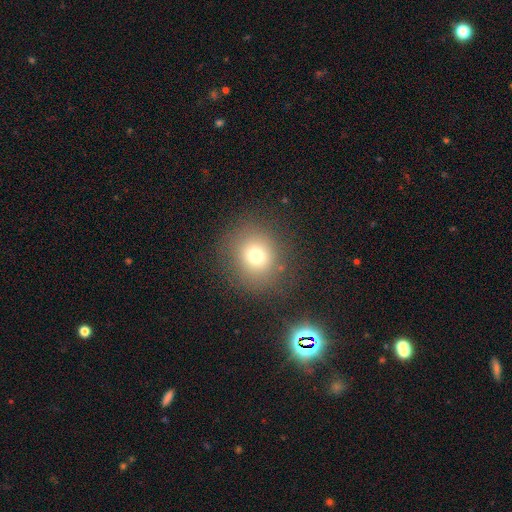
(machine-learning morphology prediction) smooth 71%, star or artifact 17%, featured or disk 12%. Down the decision tree: how rounded — round (85%); merging — none (81%).